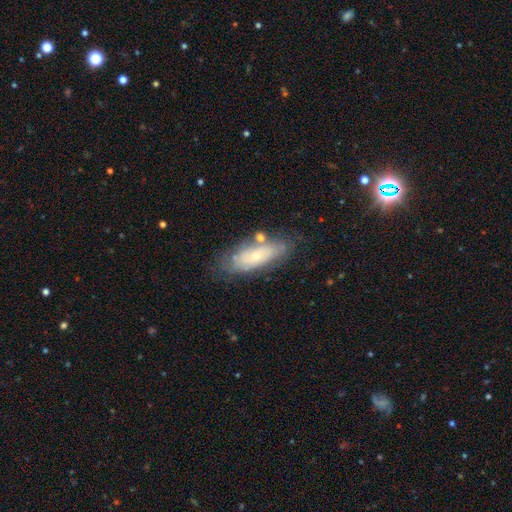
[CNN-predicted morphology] This is possibly a featured or disk galaxy (47%). Merging: likely none (69%).